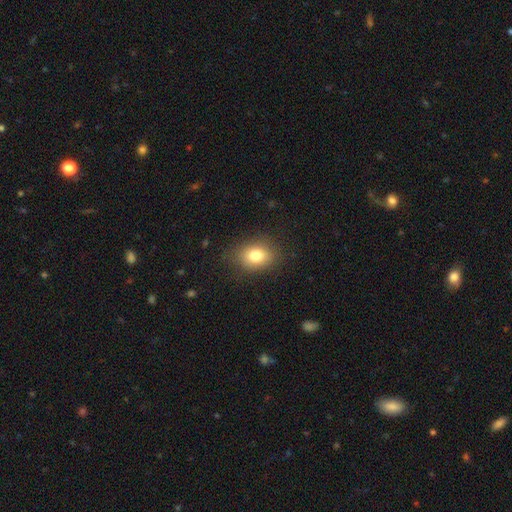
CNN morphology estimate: A smooth galaxy with no disk features (80%) that is in between round and cigar-shaped (65%). Merging: none (84%).